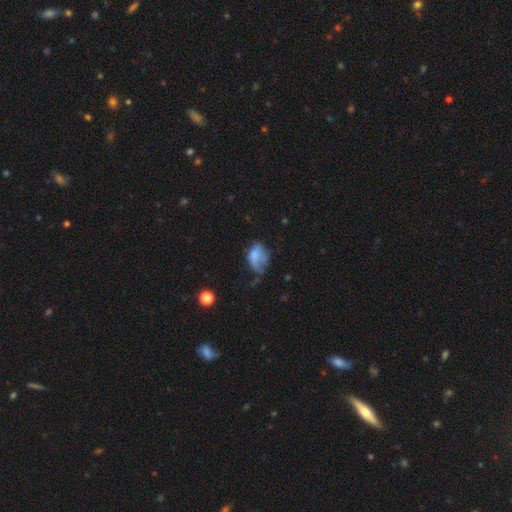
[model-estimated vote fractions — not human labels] Smooth or featured? Predicted: smooth (p=0.66). How rounded? Predicted: in between (p=0.81). Merging? Predicted: minor disturbance (p=0.34).